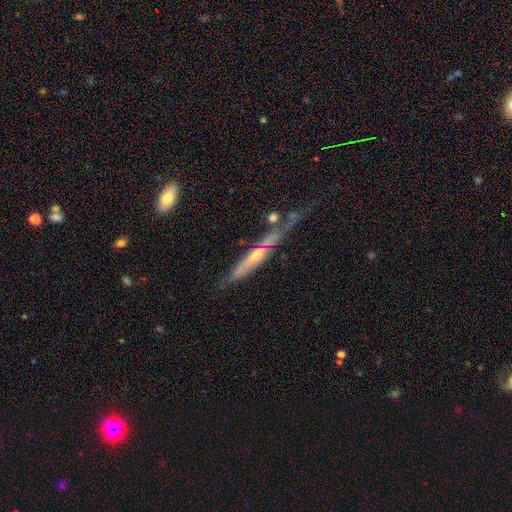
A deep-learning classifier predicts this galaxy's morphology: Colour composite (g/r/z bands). It shows a featured or disk galaxy (69%) viewed edge-on (84%) with a rounded central bulge (54%). Merging: none (44%).